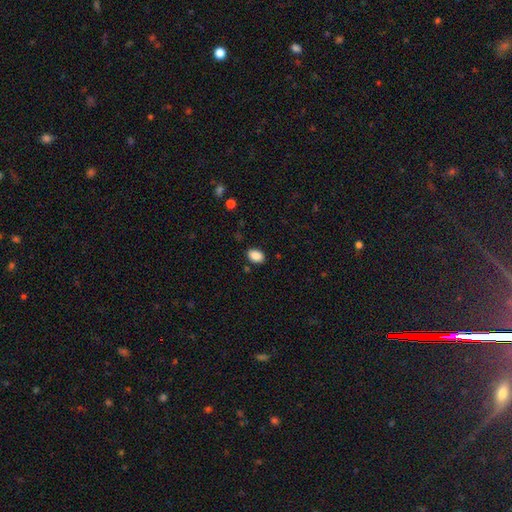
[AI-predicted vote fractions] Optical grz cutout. It shows a smooth galaxy with no disk features (88%) that is in between round and cigar-shaped (85%). Merging: none (86%).